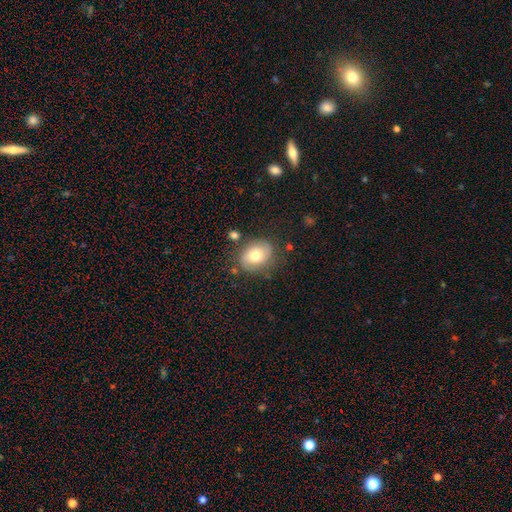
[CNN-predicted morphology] smooth_or_featured: smooth (p=0.66) [alt: featured or disk p=0.25]
how_rounded: in between (p=0.50) [alt: round p=0.49]
merging: none (p=0.75) [alt: minor disturbance p=0.17]